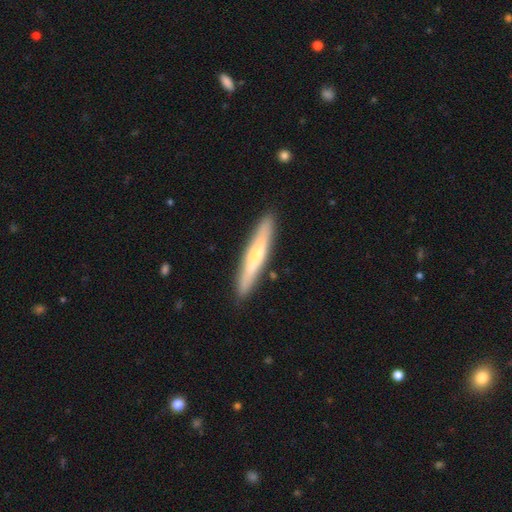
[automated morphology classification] smooth_or_featured: smooth (p=0.48) [alt: featured or disk p=0.45]
merging: none (p=0.89) [alt: minor disturbance p=0.08]